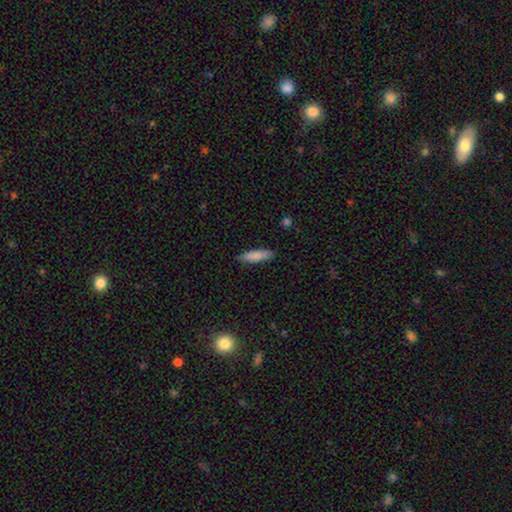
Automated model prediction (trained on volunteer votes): The model was most divided on "how rounded": cigar-shaped: 64%, in between: 35%, round: 2%. More confident: smooth or featured — smooth (84%); merging — none (83%).